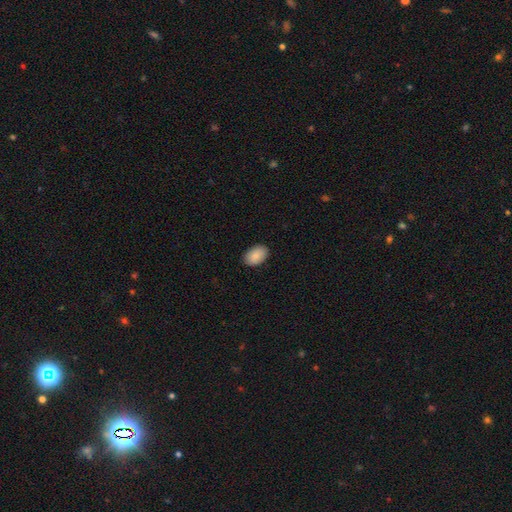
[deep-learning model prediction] Overall: smooth (89%). How rounded: in between (89%). Merging: none (88%).